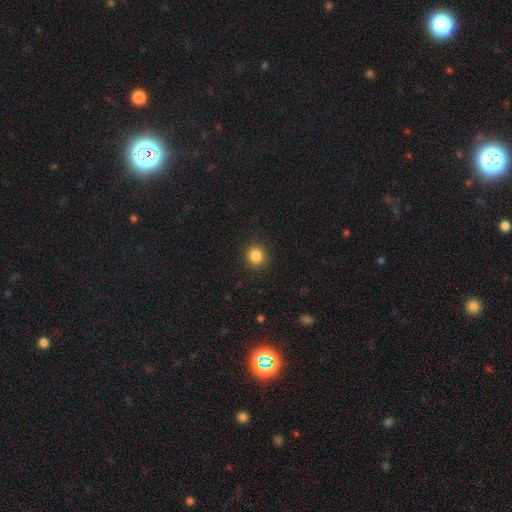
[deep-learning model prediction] This is clearly a smooth galaxy (85%). How rounded: clearly round (88%). Merging: clearly none (91%).